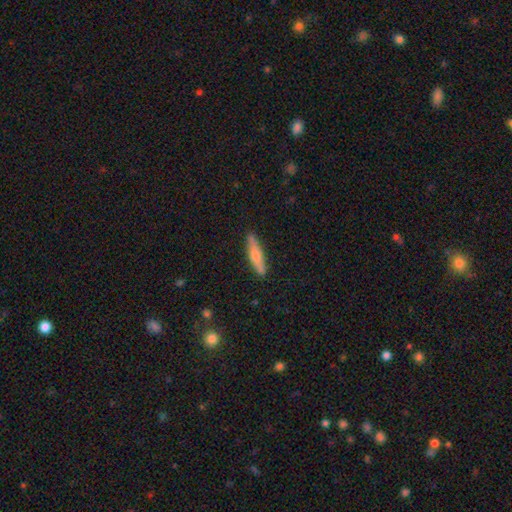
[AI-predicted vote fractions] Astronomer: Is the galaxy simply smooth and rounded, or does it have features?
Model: smooth — 55% (runner-up: featured or disk, 39%).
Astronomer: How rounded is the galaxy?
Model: cigar-shaped — 83%.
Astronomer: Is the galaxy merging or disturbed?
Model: none — 88%.